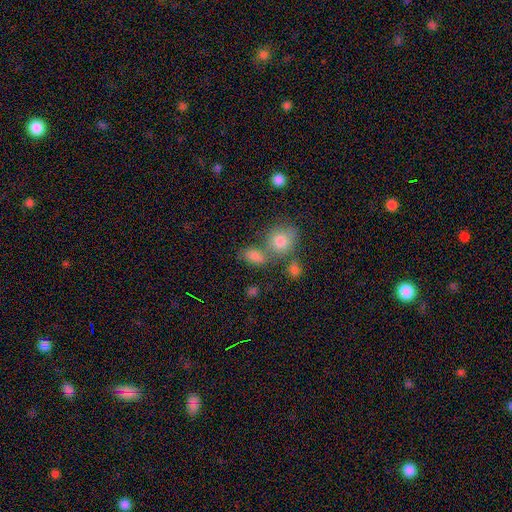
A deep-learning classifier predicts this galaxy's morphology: Q: Smooth or featured?
A: smooth (76%); runner-up: star or artifact (14%)
Q: How rounded?
A: in between (65%); runner-up: round (33%)
Q: Merging?
A: none (49%); runner-up: merger (33%)